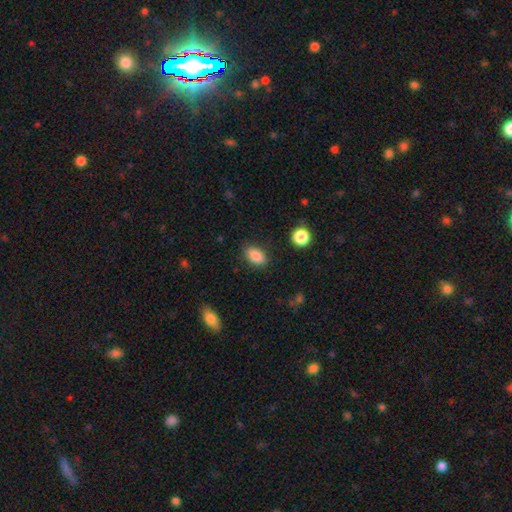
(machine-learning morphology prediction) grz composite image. It shows a smooth galaxy with no disk features (87%) that is in between round and cigar-shaped (88%). Merging: none (85%).